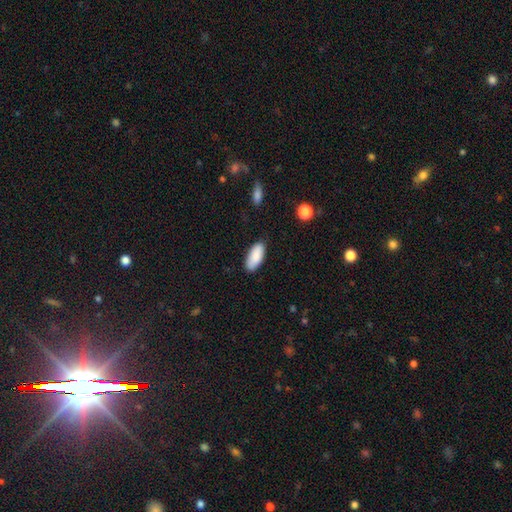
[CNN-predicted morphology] smooth 88%, star or artifact 6%, featured or disk 5%. Down the decision tree: how rounded — in between (87%); merging — none (85%).